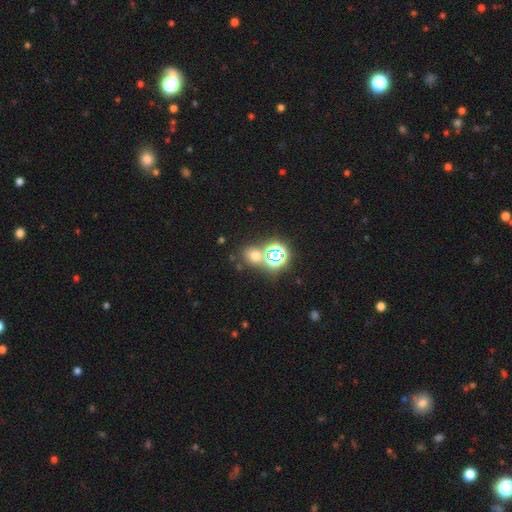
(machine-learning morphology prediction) Smooth or featured? Predicted: smooth (p=0.52). How rounded? Predicted: round (p=0.65). Merging? Predicted: none (p=0.66).